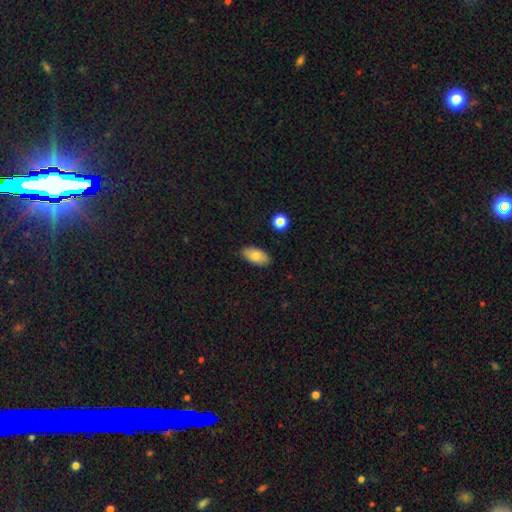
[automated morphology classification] Smooth or featured? smooth (82%)
How rounded? in between (93%)
Merging? none (85%)